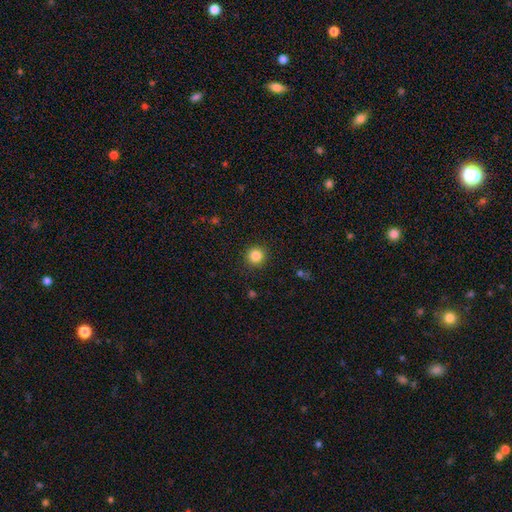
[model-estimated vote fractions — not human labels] Smooth or featured? Predicted: smooth (p=0.85). How rounded? Predicted: round (p=0.93). Merging? Predicted: none (p=0.91).